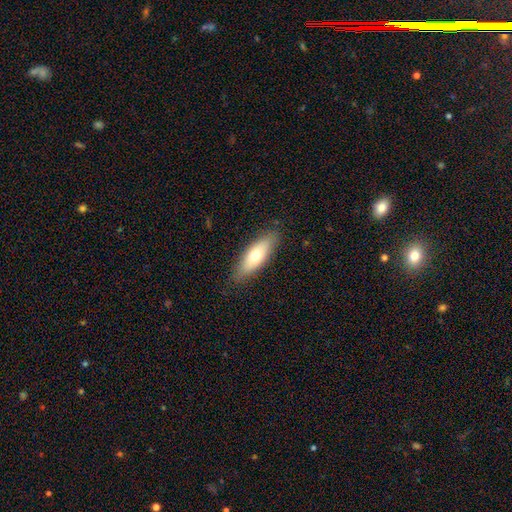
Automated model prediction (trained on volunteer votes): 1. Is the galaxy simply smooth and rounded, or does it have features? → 65% smooth, 29% featured or disk, 6% star or artifact.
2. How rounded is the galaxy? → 58% in between, 40% cigar-shaped, 2% round.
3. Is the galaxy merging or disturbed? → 86% none, 11% minor disturbance, 2% major disturbance, 1% merger.